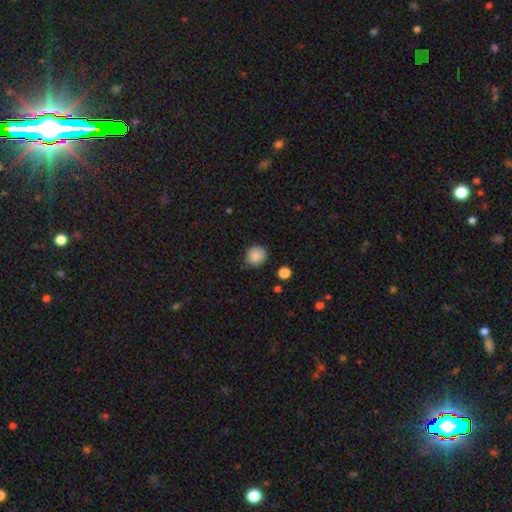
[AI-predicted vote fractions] Q: Smooth or featured?
A: smooth (87%); runner-up: star or artifact (9%)
Q: How rounded?
A: round (90%); runner-up: in between (9%)
Q: Merging?
A: none (81%); runner-up: minor disturbance (14%)